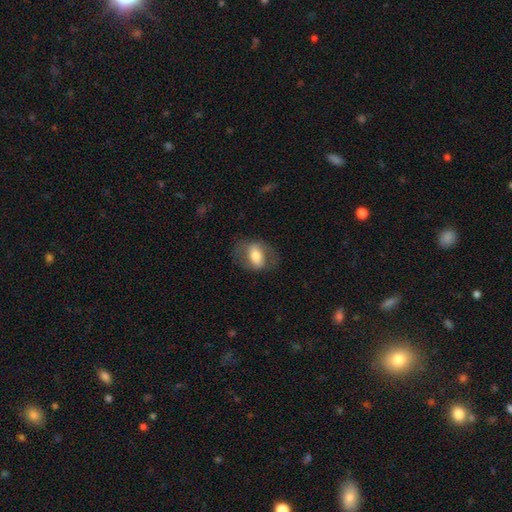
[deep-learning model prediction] This is possibly a smooth galaxy (56%). How rounded: clearly in between (80%). Merging: likely none (71%).